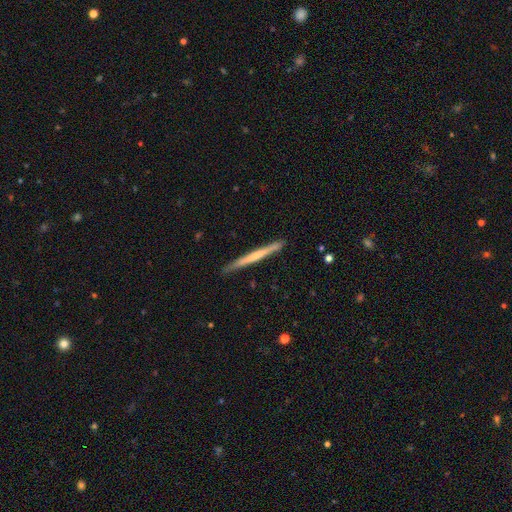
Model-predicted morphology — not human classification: smooth-or-featured: featured or disk: 48% | smooth: 47% | star or artifact: 5%
  merging: none: 88% | minor disturbance: 9% | major disturbance: 2% | merger: 1%